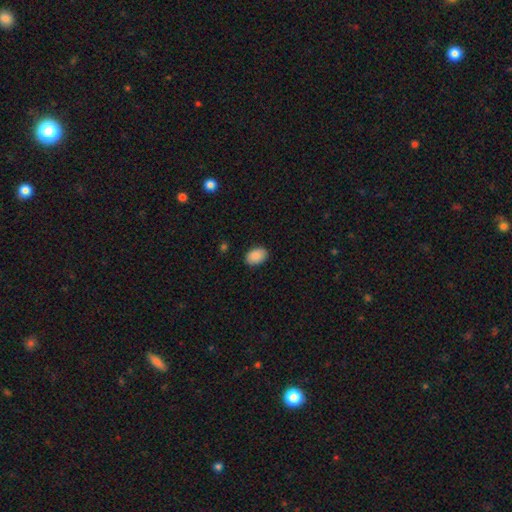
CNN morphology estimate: This is clearly a smooth galaxy (89%). How rounded: clearly in between (83%). Merging: clearly none (88%).